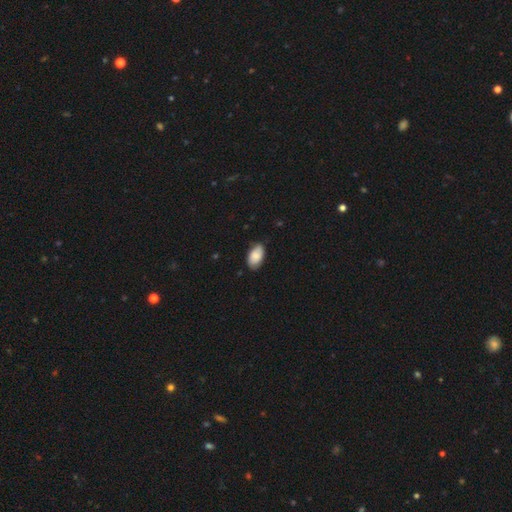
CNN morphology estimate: smooth_or_featured: smooth (p=0.83) [alt: featured or disk p=0.11]
how_rounded: in between (p=0.95) [alt: round p=0.04]
merging: none (p=0.79) [alt: minor disturbance p=0.17]